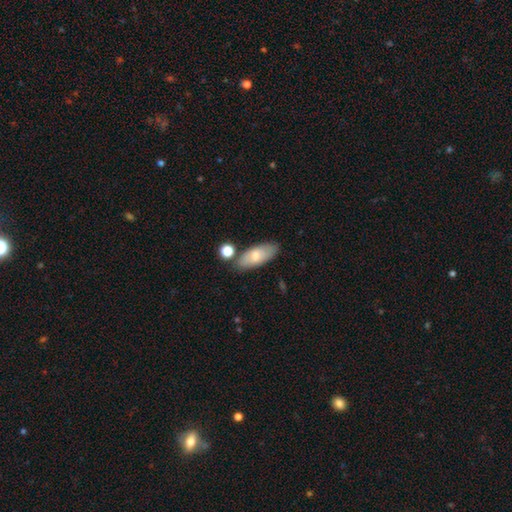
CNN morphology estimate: This appears to be a smooth galaxy with no disk features (72%) that is in between round and cigar-shaped (79%). Merging: none (75%).